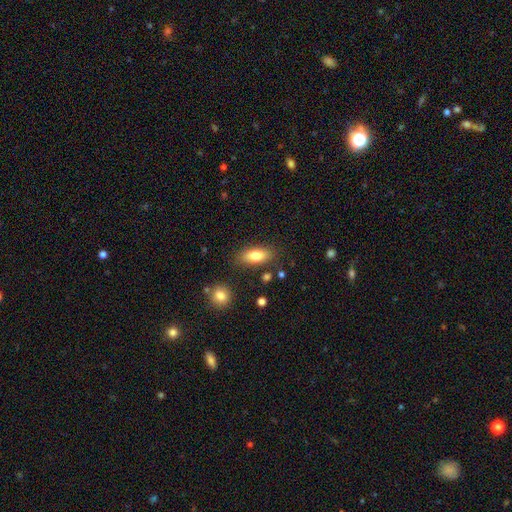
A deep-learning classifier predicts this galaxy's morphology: The model was most divided on "smooth or featured": smooth: 79%, featured or disk: 14%, star or artifact: 7%. More confident: how rounded — in between (82%); merging — none (80%).